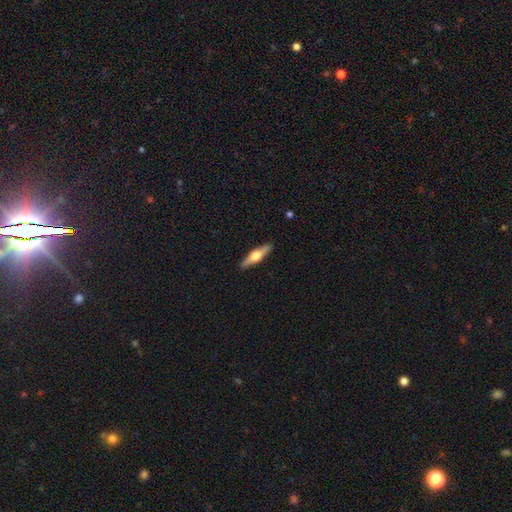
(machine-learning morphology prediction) type=featured or disk (61%); edge-on=yes (96%); edge-on bulge=rounded (93%); merging=none (91%).